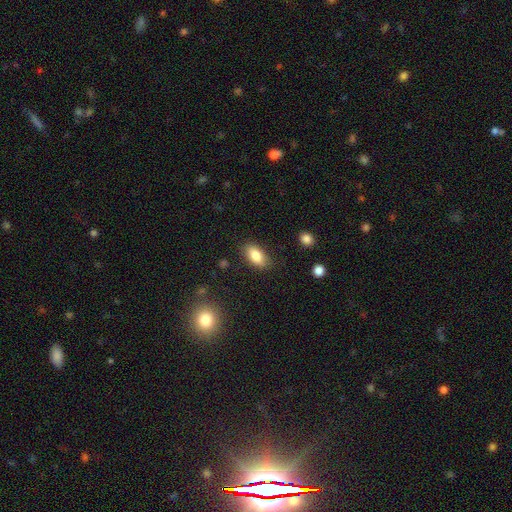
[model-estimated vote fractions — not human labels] Morphology: type=smooth (84%); roundness=in between (90%); merging=none (83%).